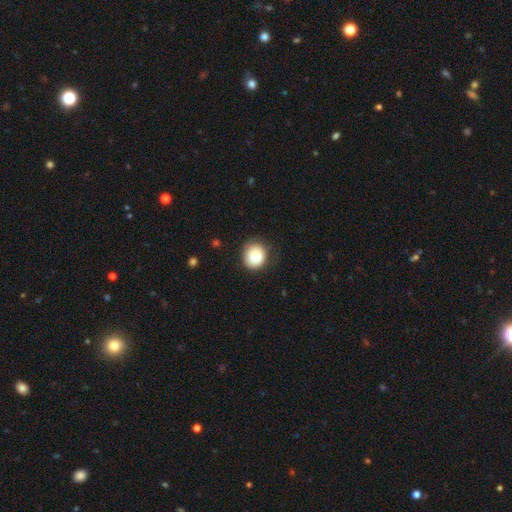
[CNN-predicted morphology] smooth_or_featured: smooth (p=0.84) [alt: star or artifact p=0.09]
how_rounded: round (p=0.83) [alt: in between p=0.16]
merging: none (p=0.79) [alt: minor disturbance p=0.16]